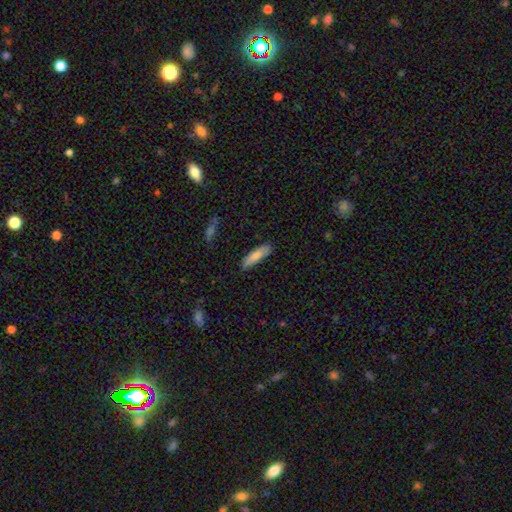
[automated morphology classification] Smooth or featured? smooth (81%)
How rounded? cigar-shaped (68%)
Merging? none (84%)